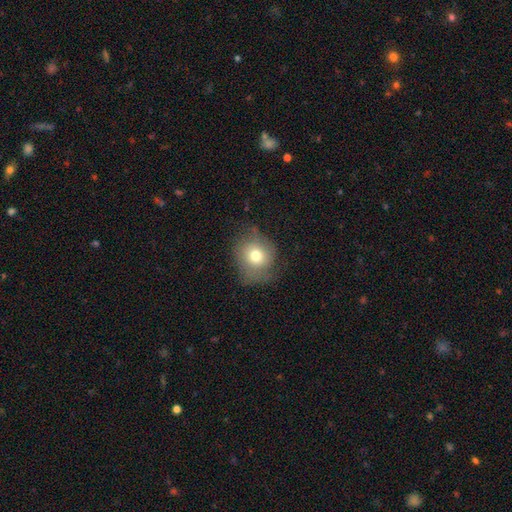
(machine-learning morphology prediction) Smooth or featured? Predicted: smooth (p=0.68). How rounded? Predicted: round (p=0.80). Merging? Predicted: none (p=0.60).